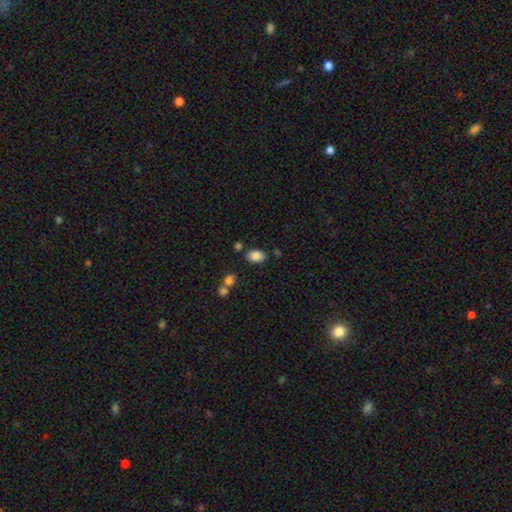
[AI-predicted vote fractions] A smooth galaxy with no disk features (84%) that is in between round and cigar-shaped (89%).

Vote fractions:
- Smooth or featured? smooth: 84% / star or artifact: 8% / featured or disk: 7%
- How rounded? in between: 89% / round: 10% / cigar-shaped: 1%
- Merging? none: 78% / minor disturbance: 13% / merger: 7% / major disturbance: 3%